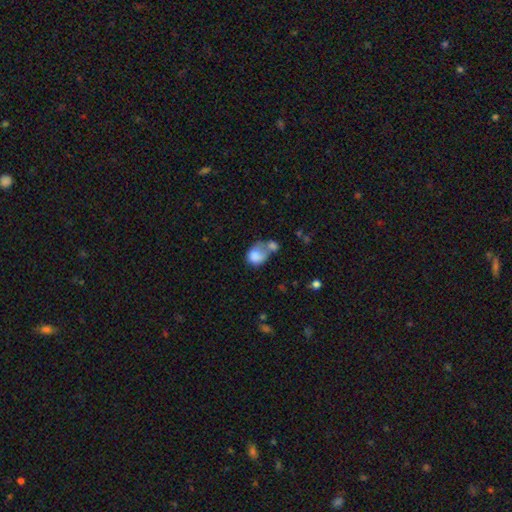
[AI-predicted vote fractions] Q: Smooth or featured?
A: smooth (77%); runner-up: featured or disk (14%)
Q: How rounded?
A: in between (52%); runner-up: round (47%)
Q: Merging?
A: merger (57%); runner-up: none (18%)